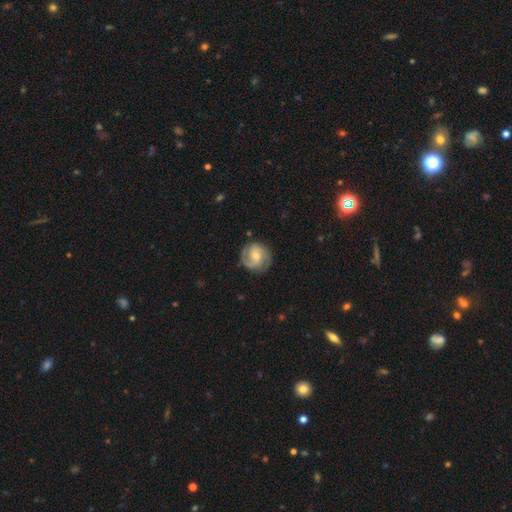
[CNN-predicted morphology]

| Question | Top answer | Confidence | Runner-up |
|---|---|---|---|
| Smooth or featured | featured or disk | 79% | smooth (15%) |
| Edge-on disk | no | 98% | yes (2%) |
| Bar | no | 46% | weak (43%) |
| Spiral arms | yes | 95% | no (5%) |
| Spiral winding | medium | 45% | tight (42%) |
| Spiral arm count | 2 | 82% | can't tell (7%) |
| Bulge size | moderate | 47% | small (46%) |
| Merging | none | 81% | minor disturbance (13%) |